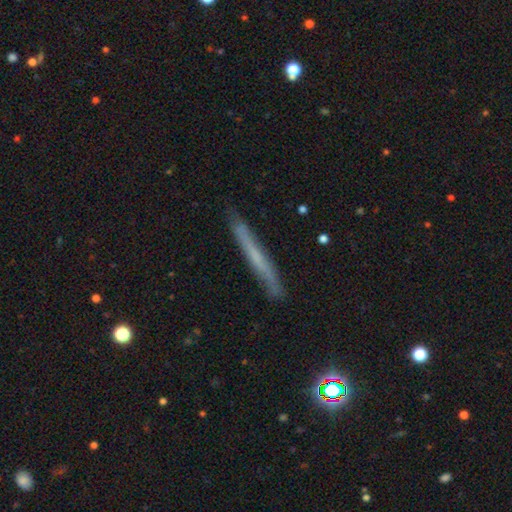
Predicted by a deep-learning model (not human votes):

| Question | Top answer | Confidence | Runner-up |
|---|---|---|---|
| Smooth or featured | featured or disk | 50% | smooth (42%) |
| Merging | none | 85% | minor disturbance (11%) |